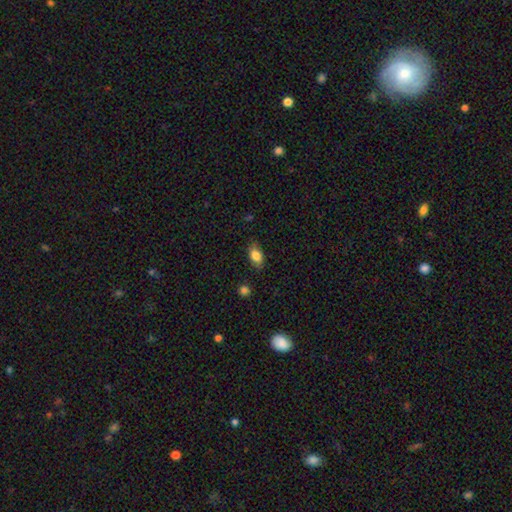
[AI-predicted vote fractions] This appears to be a smooth galaxy with no disk features (83%) that is in between round and cigar-shaped (87%). Merging: none (79%).